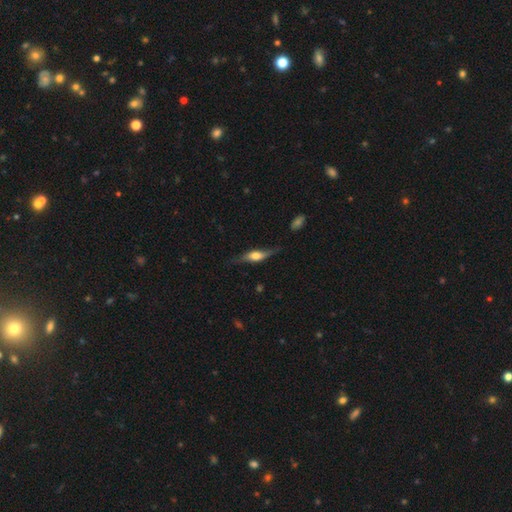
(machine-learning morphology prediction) Smooth or featured?
  - featured or disk: 58% *
  - smooth: 36%
  - star or artifact: 6%
Edge-on disk?
  - yes: 82% *
  - no: 18%
Merging?
  - none: 68% *
  - minor disturbance: 22%
  - major disturbance: 7%
  - merger: 2%